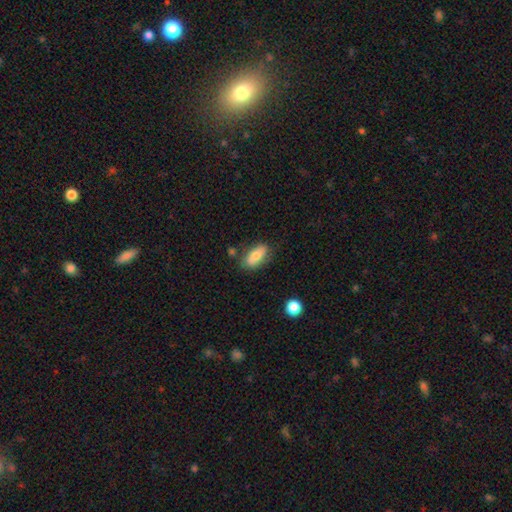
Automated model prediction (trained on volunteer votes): Q: Smooth or featured?
A: smooth (72%); runner-up: featured or disk (21%)
Q: How rounded?
A: in between (82%); runner-up: cigar-shaped (15%)
Q: Merging?
A: none (75%); runner-up: minor disturbance (17%)